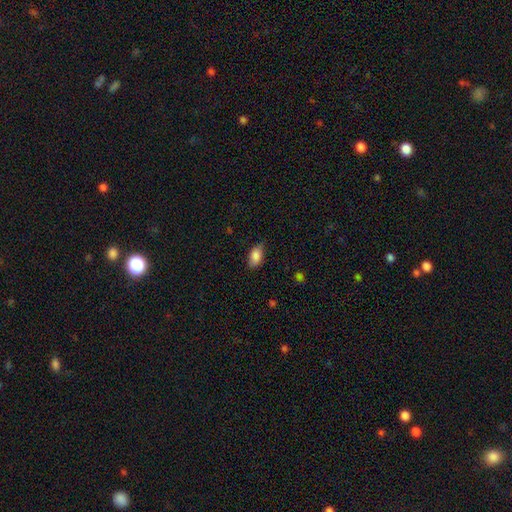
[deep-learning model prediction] A smooth galaxy with no disk features (86%) that is in between round and cigar-shaped (90%). Merging: none (74%).